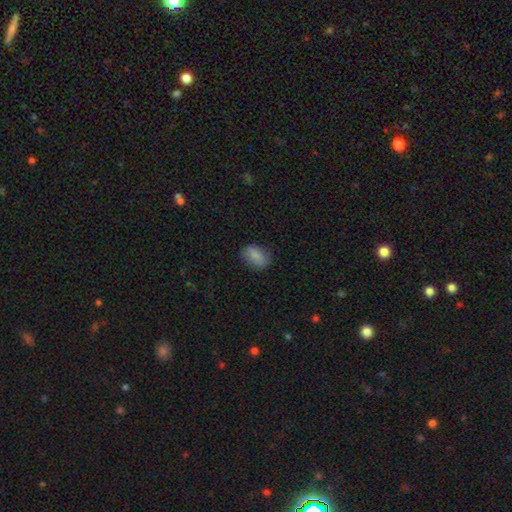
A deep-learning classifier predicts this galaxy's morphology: This appears to be a smooth galaxy with no disk features (85%) that is in between round and cigar-shaped (83%). Merging: none (79%).